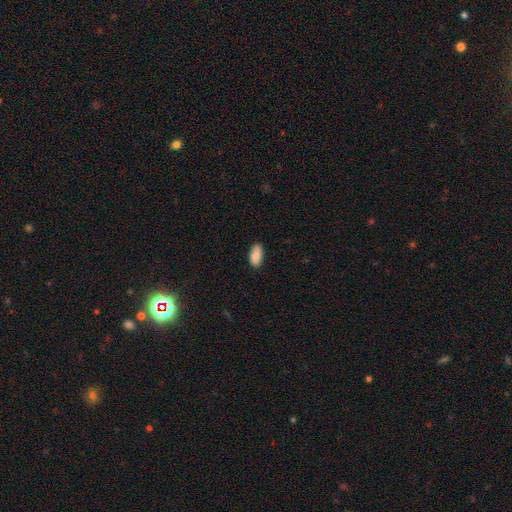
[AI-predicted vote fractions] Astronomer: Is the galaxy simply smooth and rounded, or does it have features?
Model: smooth — 89%.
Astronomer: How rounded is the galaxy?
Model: in between — 93%.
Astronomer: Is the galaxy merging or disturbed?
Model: none — 86%.